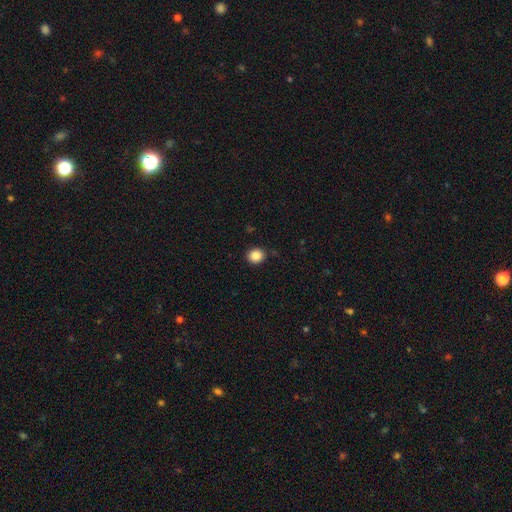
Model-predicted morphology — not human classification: smooth 87%, star or artifact 10%, featured or disk 3%. Down the decision tree: how rounded — round (79%); merging — none (87%).